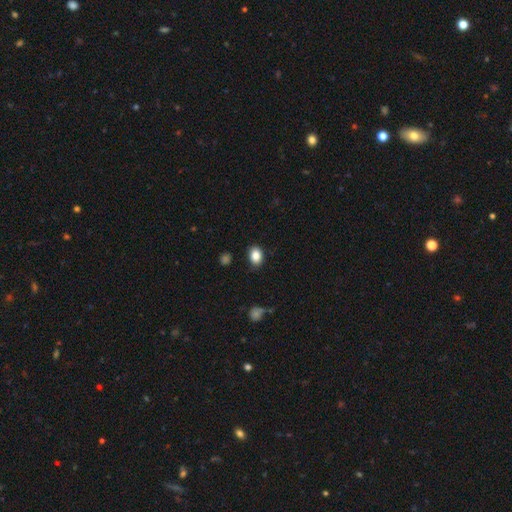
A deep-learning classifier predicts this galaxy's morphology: A smooth galaxy with no disk features (86%) that is in between round and cigar-shaped (73%).

Vote fractions:
- Smooth or featured? smooth: 86% / star or artifact: 9% / featured or disk: 5%
- How rounded? in between: 73% / round: 26% / cigar-shaped: 1%
- Merging? none: 85% / minor disturbance: 12% / major disturbance: 2% / merger: 1%